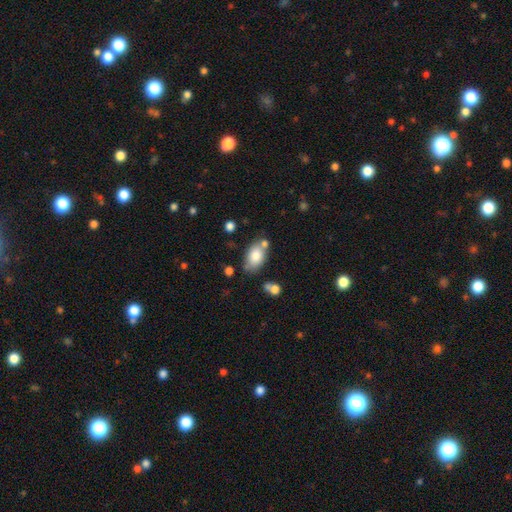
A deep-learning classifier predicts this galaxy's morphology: Q: Smooth or featured?
A: smooth (79%); runner-up: featured or disk (13%)
Q: How rounded?
A: in between (88%); runner-up: round (11%)
Q: Merging?
A: none (63%); runner-up: minor disturbance (18%)